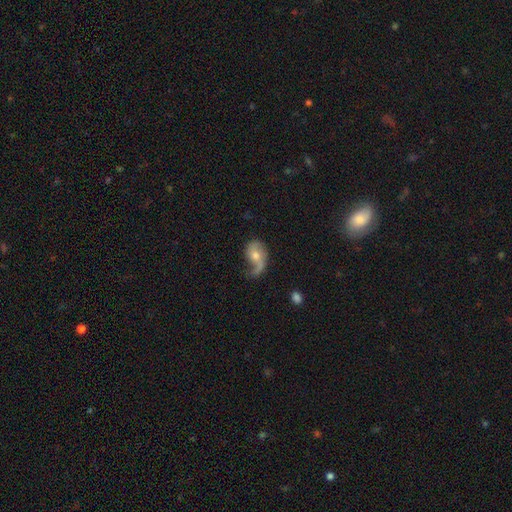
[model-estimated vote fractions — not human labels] Smooth or featured? featured or disk (70%)
Edge-on disk? no (96%)
Bar? no (65%)
Spiral arms? yes (88%)
Spiral winding? loose (68%)
Spiral arm count? 2 (47%)
Bulge size? moderate (57%)
Merging? none (39%)